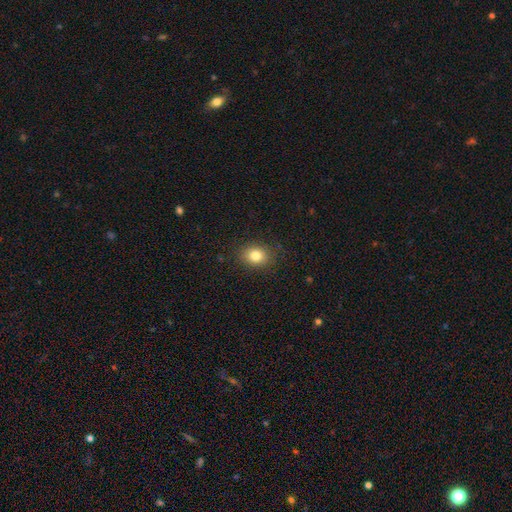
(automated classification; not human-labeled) Smooth or featured?
  - smooth: 81% *
  - star or artifact: 11%
  - featured or disk: 8%
How rounded?
  - round: 51% *
  - in between: 48%
  - cigar-shaped: 1%
Merging?
  - none: 87% *
  - minor disturbance: 9%
  - major disturbance: 3%
  - merger: 1%